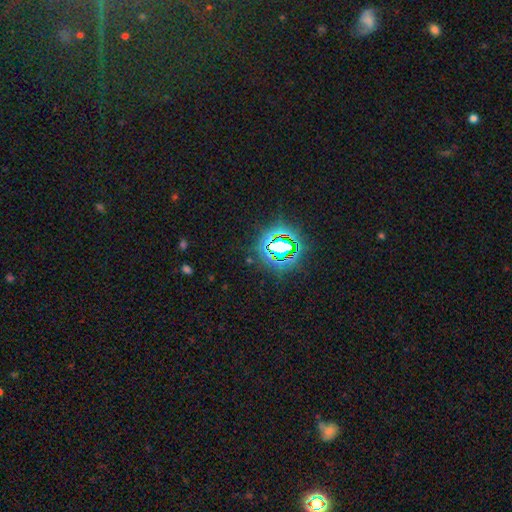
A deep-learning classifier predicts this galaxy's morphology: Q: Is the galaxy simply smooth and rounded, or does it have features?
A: star or artifact — 80%.